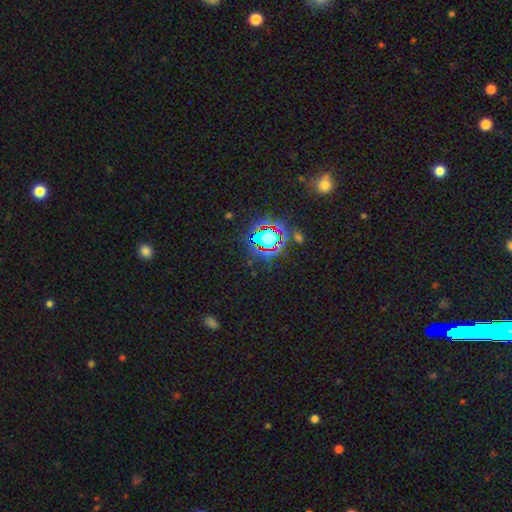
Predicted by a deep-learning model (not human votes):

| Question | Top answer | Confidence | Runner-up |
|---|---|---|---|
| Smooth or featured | star or artifact | 81% | smooth (12%) |